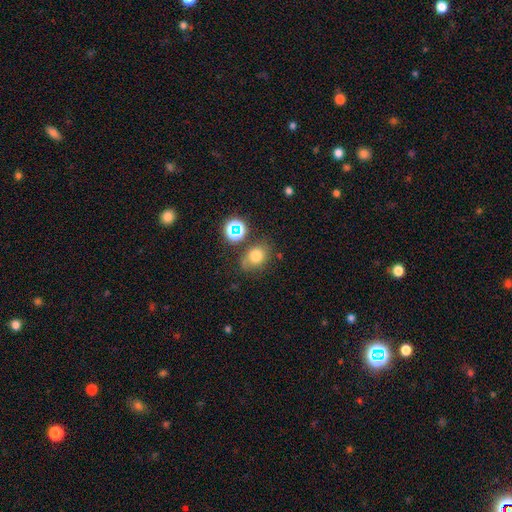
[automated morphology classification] Overall: smooth (70%). How rounded: in between (55%; round 44%). Merging: none (65%).